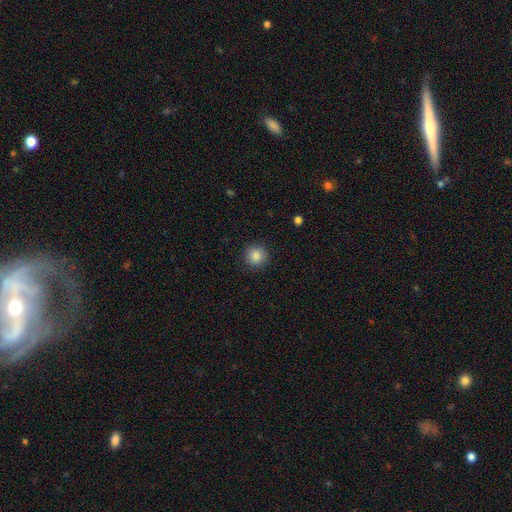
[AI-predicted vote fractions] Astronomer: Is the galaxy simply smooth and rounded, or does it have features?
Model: smooth — 86%.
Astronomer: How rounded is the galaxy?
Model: round — 94%.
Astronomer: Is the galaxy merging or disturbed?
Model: none — 91%.